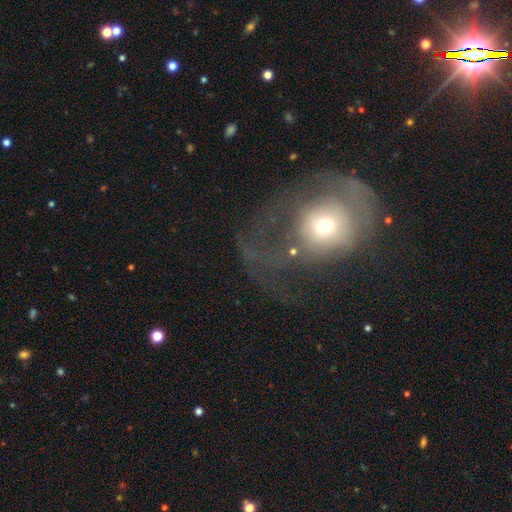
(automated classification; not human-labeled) Morphology: type=featured or disk (44%); merging=major disturbance (55%).